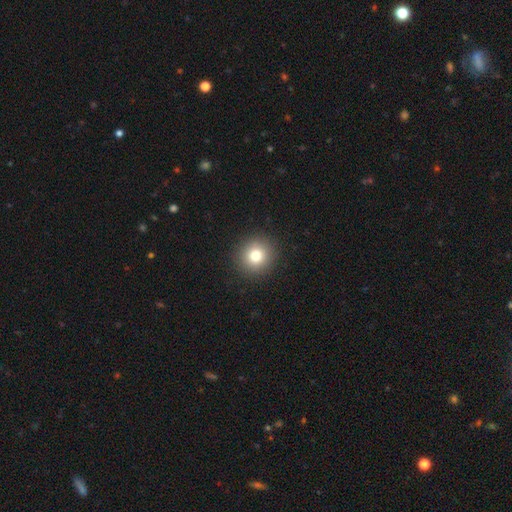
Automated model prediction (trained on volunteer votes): Smooth or featured? smooth (79%)
How rounded? round (91%)
Merging? none (91%)